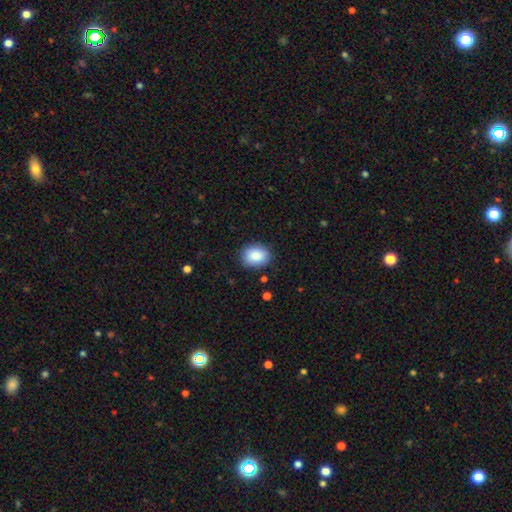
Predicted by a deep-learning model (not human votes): A smooth galaxy with no disk features (87%) that is in between round and cigar-shaped (52%).

Vote fractions:
- Smooth or featured? smooth: 87% / star or artifact: 8% / featured or disk: 6%
- How rounded? in between: 52% / round: 47% / cigar-shaped: 1%
- Merging? none: 86% / minor disturbance: 10% / major disturbance: 2% / merger: 1%